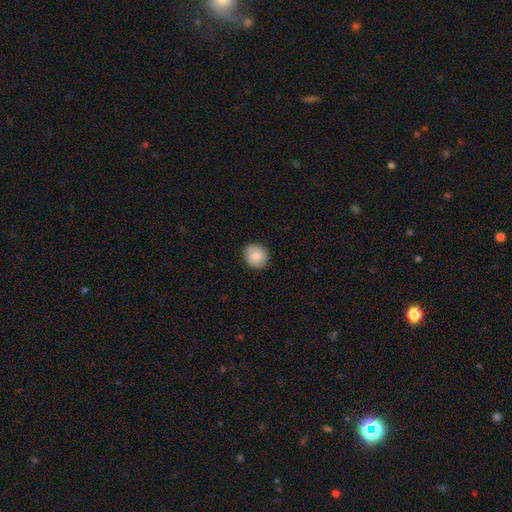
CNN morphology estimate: The model was most divided on "smooth or featured": smooth: 80%, featured or disk: 13%, star or artifact: 8%. More confident: merging — none (88%); how rounded — round (87%).